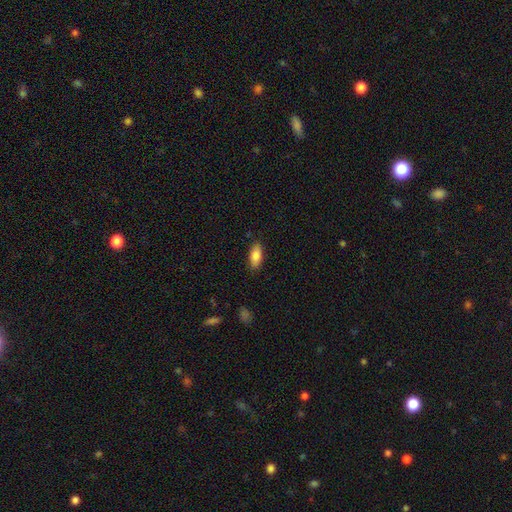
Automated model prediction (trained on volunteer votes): smooth 84%, featured or disk 9%, star or artifact 7%. Down the decision tree: how rounded — in between (83%); merging — none (87%).